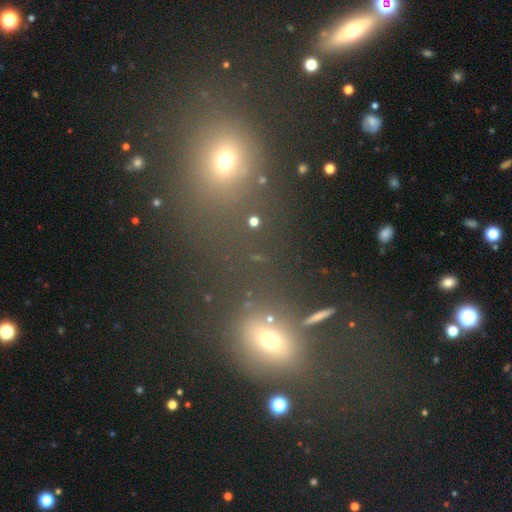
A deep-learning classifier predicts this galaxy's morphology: This appears to be a smooth galaxy with no disk features (50%) that is in between round and cigar-shaped (51%). Merging: none (59%).